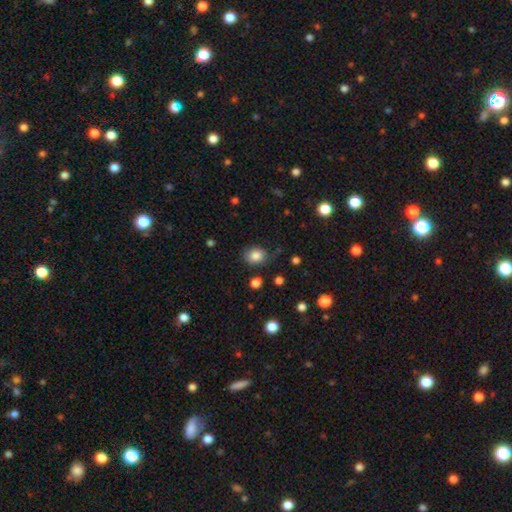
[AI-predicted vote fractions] The model was most divided on "how rounded": round: 54%, in between: 45%, cigar-shaped: 1%. More confident: smooth or featured — smooth (84%); merging — none (80%).